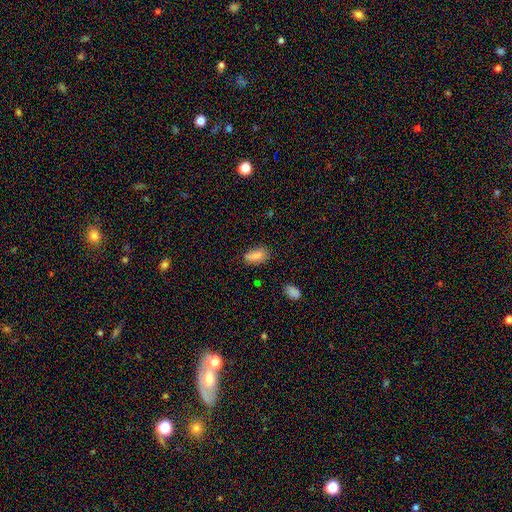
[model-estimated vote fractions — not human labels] A smooth galaxy with no disk features (84%) that is in between round and cigar-shaped (88%). Merging: none (71%).